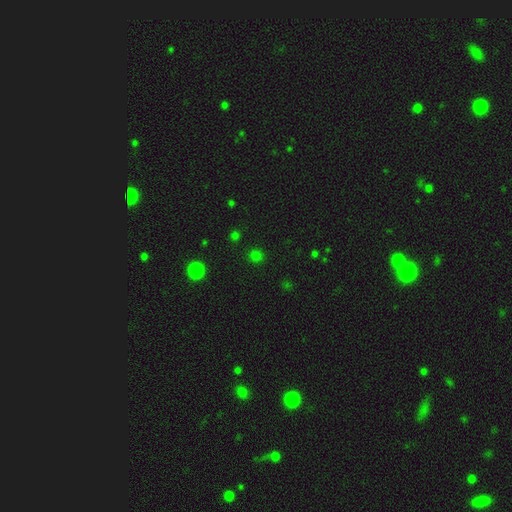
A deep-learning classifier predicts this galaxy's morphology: smooth 72%, star or artifact 24%, featured or disk 4%. Down the decision tree: how rounded — round (90%); merging — none (88%).